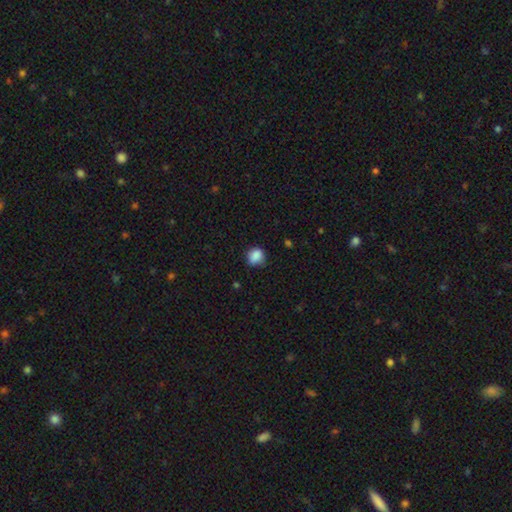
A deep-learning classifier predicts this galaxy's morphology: type=smooth (86%); roundness=round (69%); merging=none (70%).